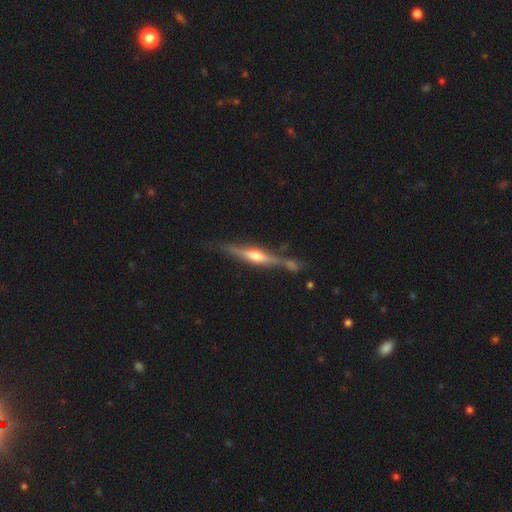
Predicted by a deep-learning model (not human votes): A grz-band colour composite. It shows a featured or disk galaxy (76%) viewed edge-on (96%) with a rounded central bulge (80%). Merging: none (71%).